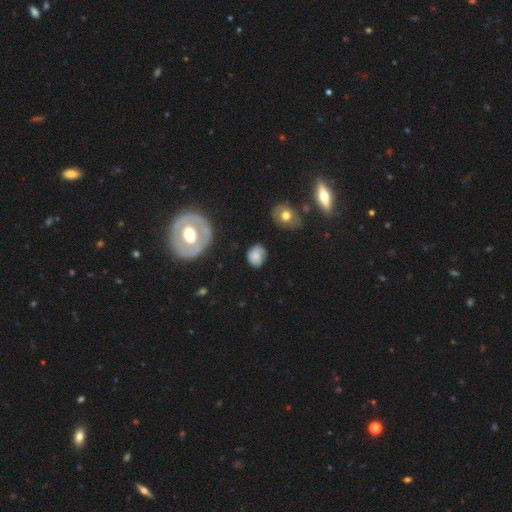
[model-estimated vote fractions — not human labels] A smooth galaxy with no disk features (70%) that is round (57%). Merging: none (72%).